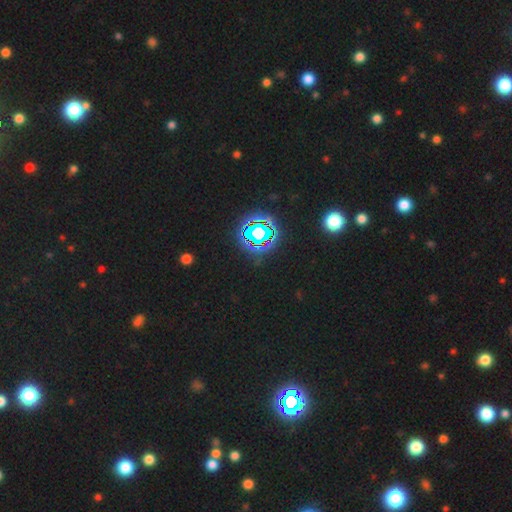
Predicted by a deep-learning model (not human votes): Q: Smooth or featured?
A: star or artifact (81%); runner-up: smooth (13%)